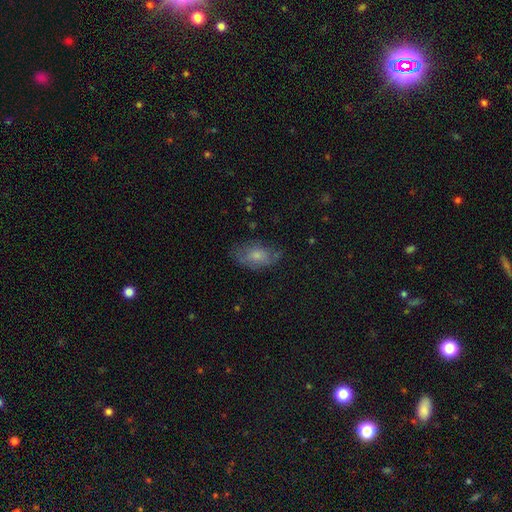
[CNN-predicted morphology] type=smooth (51%); roundness=in between (86%); merging=none (65%).